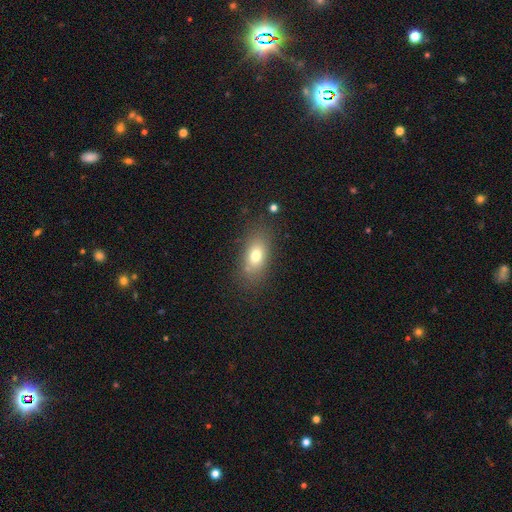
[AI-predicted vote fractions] smooth 73%, featured or disk 16%, star or artifact 11%. Down the decision tree: how rounded — in between (83%); merging — none (79%).